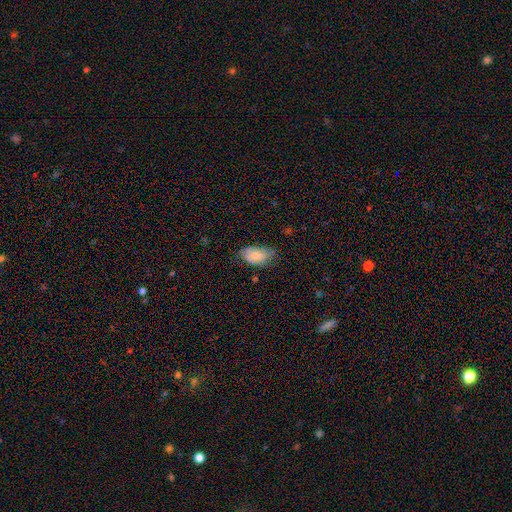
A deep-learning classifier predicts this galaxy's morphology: smooth_or_featured: smooth (p=0.79) [alt: featured or disk p=0.14]
how_rounded: in between (p=0.93) [alt: round p=0.04]
merging: none (p=0.55) [alt: minor disturbance p=0.35]